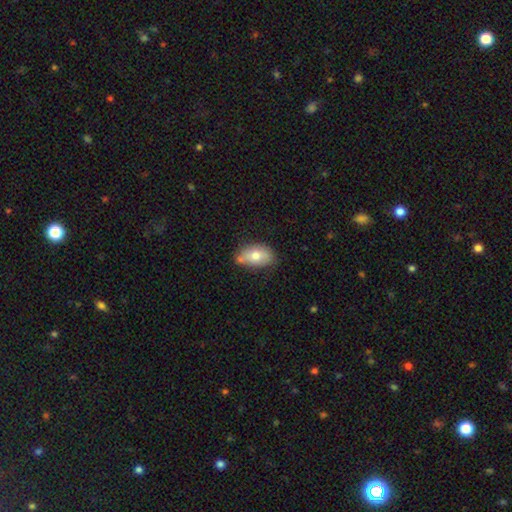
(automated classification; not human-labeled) Morphology: type=smooth (72%); roundness=in between (89%); merging=none (55%).